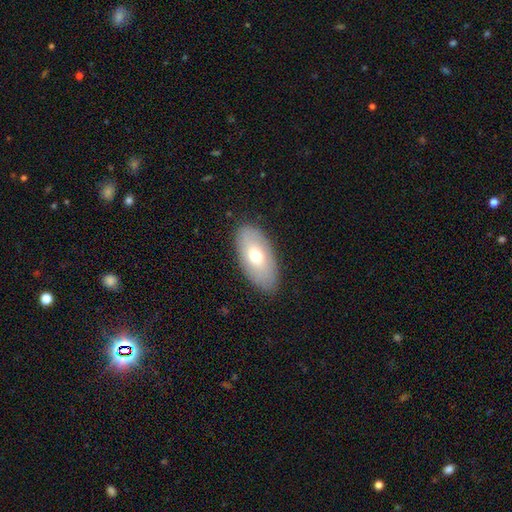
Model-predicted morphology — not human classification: This appears to be a smooth galaxy with no disk features (66%) that is in between round and cigar-shaped (92%). Merging: none (85%).